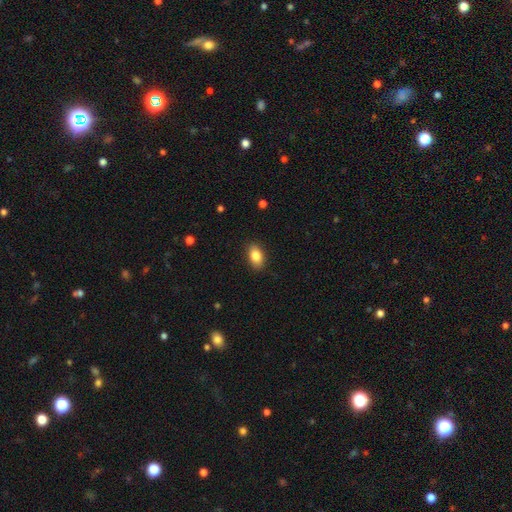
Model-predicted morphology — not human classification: Q: Smooth or featured?
A: smooth (85%); runner-up: star or artifact (8%)
Q: How rounded?
A: in between (89%); runner-up: round (9%)
Q: Merging?
A: none (87%); runner-up: minor disturbance (9%)